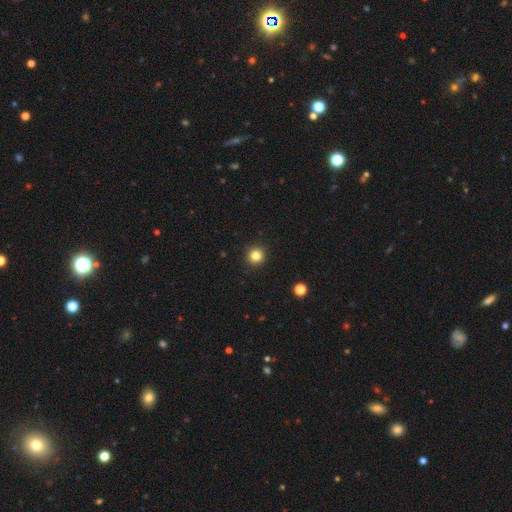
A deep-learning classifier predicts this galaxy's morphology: This appears to be a smooth galaxy with no disk features (83%) that is round (94%). Merging: none (93%).